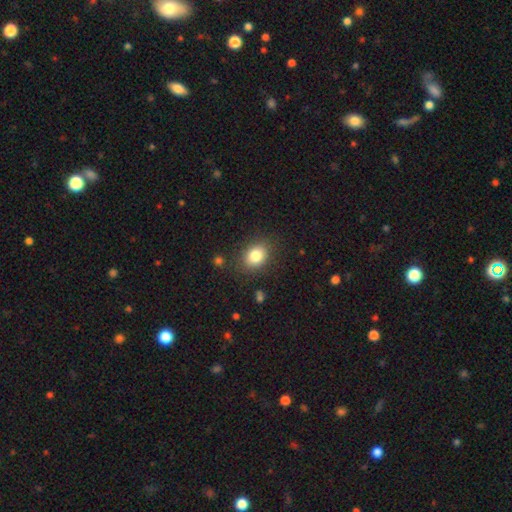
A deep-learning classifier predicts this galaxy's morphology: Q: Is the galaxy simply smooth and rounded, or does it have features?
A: smooth — 83%.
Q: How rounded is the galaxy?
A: in between — 54%.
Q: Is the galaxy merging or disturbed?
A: none — 84%.